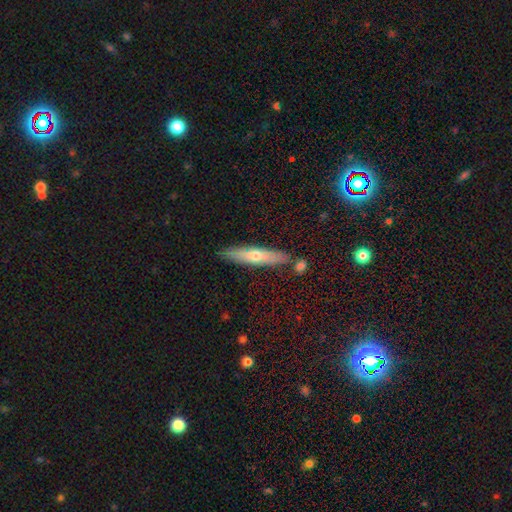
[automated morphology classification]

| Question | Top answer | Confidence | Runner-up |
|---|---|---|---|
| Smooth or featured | smooth | 48% | featured or disk (45%) |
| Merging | none | 84% | minor disturbance (10%) |